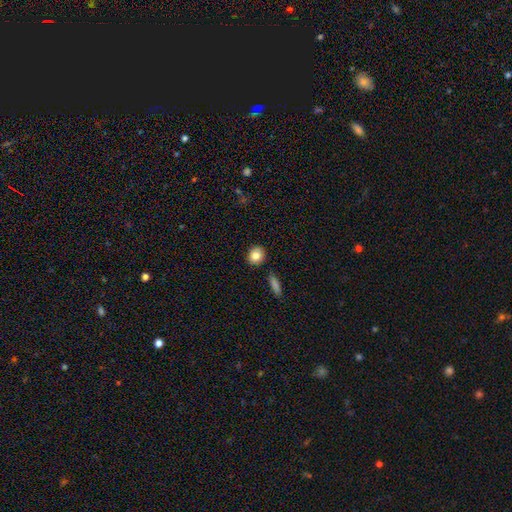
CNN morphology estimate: Smooth or featured? smooth (82%)
How rounded? round (76%)
Merging? none (87%)